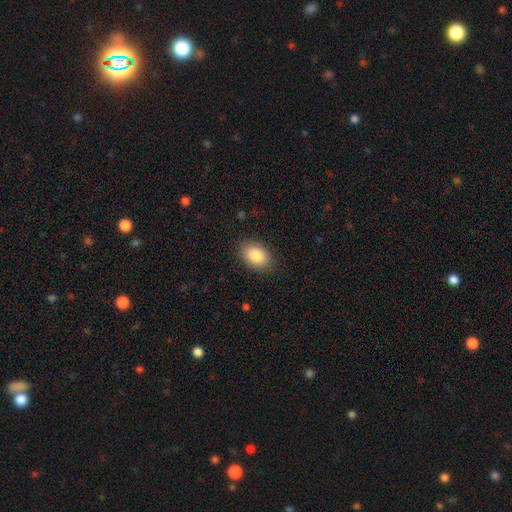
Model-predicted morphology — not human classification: Smooth or featured?
  - smooth: 86% *
  - star or artifact: 7%
  - featured or disk: 7%
How rounded?
  - in between: 82% *
  - round: 16%
  - cigar-shaped: 1%
Merging?
  - none: 87% *
  - minor disturbance: 10%
  - major disturbance: 3%
  - merger: 1%